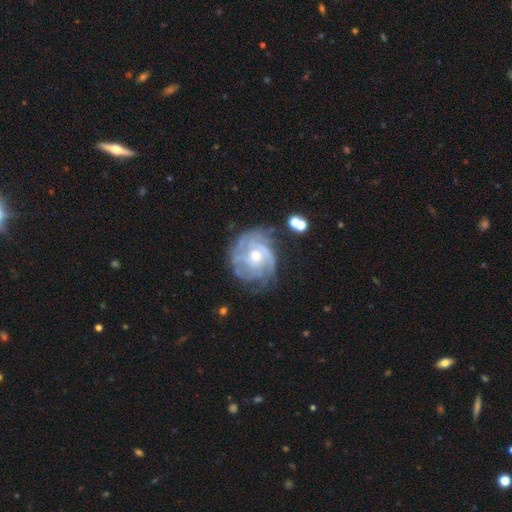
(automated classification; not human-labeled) smooth-or-featured: featured or disk: 84% | smooth: 10% | star or artifact: 7%
  disk-edge-on: no: 97% | yes: 3%
    bar: no: 75% | weak: 21% | strong: 4%
    has-spiral-arms: yes: 91% | no: 9%
      spiral-winding: tight: 61% | medium: 30% | loose: 9%
      spiral-arm-count: can't tell: 38% | 3: 21% | 2: 16% | 4: 13% | more than 4: 6% | 1: 6%
    bulge-size: moderate: 53% | small: 42% | large: 3% | none: 1% | dominant: 1%
  merging: none: 62% | minor disturbance: 22% | major disturbance: 13% | merger: 3%